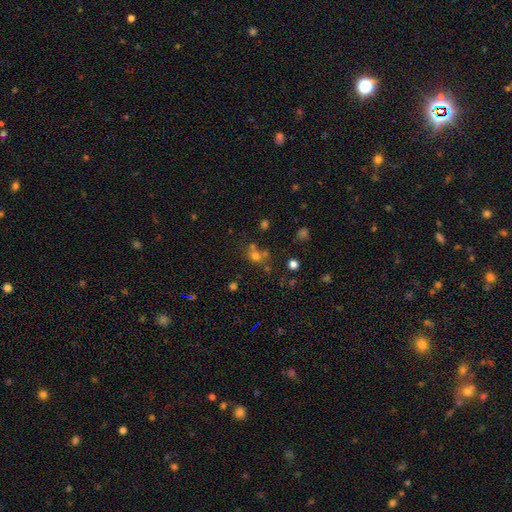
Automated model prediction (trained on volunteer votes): smooth-or-featured: smooth: 63% | star or artifact: 24% | featured or disk: 13%
  how-rounded: round: 76% | in between: 23% | cigar-shaped: 1%
  merging: none: 51% | merger: 32% | minor disturbance: 11% | major disturbance: 6%